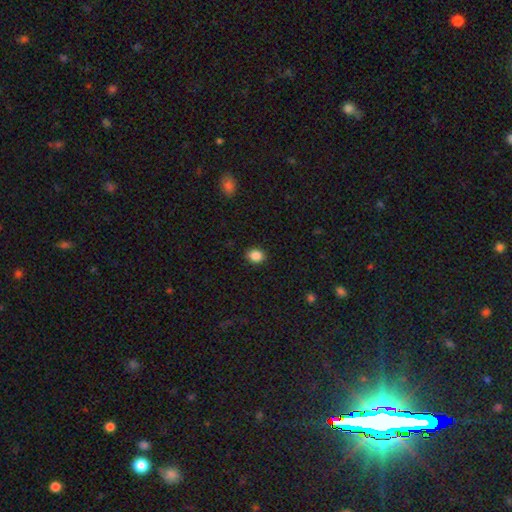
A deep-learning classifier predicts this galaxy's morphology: Smooth or featured: smooth — 87% (star or artifact — 9%)
How rounded: round — 53% (in between — 46%)
Merging: none — 89% (minor disturbance — 8%)